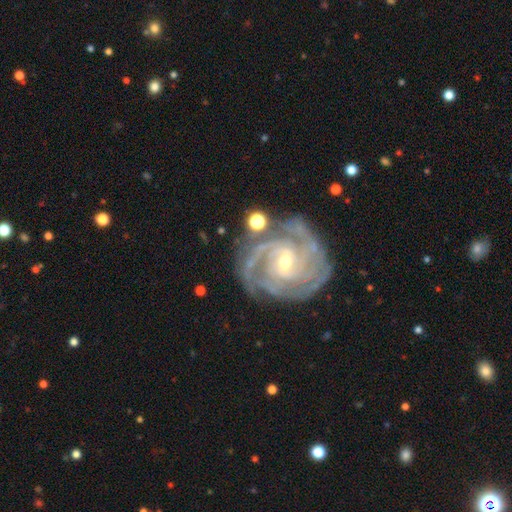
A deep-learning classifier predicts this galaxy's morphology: This is clearly a featured or disk galaxy (90%). It is clearly not viewed edge-on (97%). Bar: possibly weak (48%). Spiral arm pattern: clearly yes (98%). Spiral arm count: marginally 3 (29%). Spiral winding: likely tight (70%). Central bulge: possibly small (60%). Merging: likely none (72%).